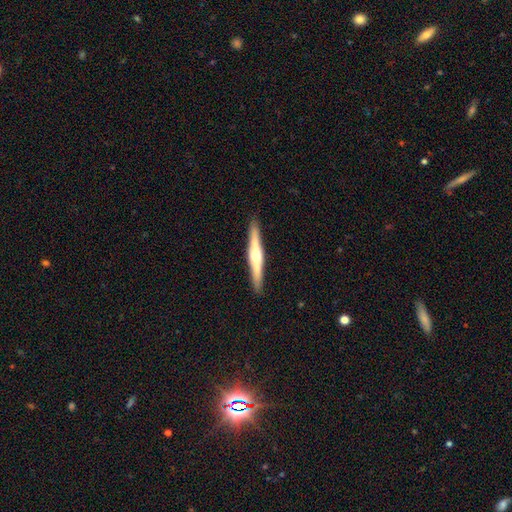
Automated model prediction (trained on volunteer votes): Smooth or featured? featured or disk (67%)
Edge-on disk? yes (97%)
Edge-on bulge? rounded (88%)
Merging? none (91%)